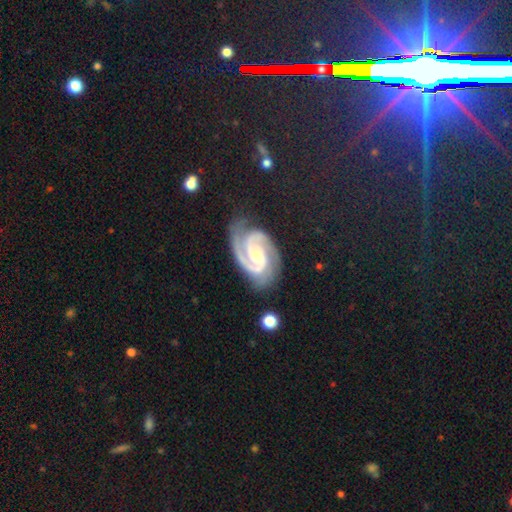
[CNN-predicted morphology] smooth_or_featured: featured or disk (p=0.92) [alt: star or artifact p=0.04]
disk_edge_on: no (p=0.98) [alt: yes p=0.02]
bar: no (p=0.45) [alt: weak p=0.37]
has_spiral_arms: yes (p=0.99) [alt: no p=0.01]
spiral_winding: tight (p=0.55) [alt: medium p=0.40]
spiral_arm_count: 2 (p=0.85) [alt: 3 p=0.07]
bulge_size: small (p=0.51) [alt: moderate p=0.33]
merging: none (p=0.73) [alt: minor disturbance p=0.18]